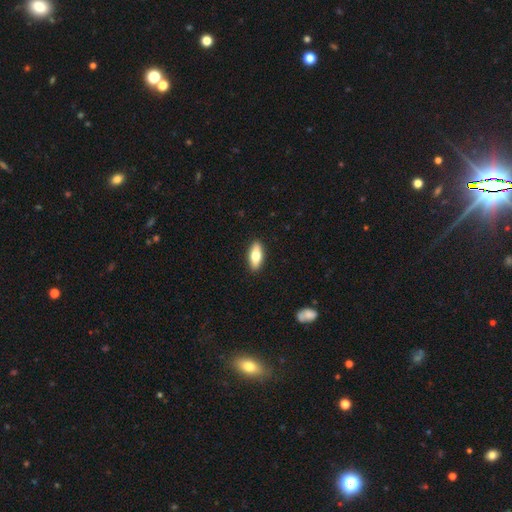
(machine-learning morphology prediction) Overall: smooth (66%; featured or disk 28%). How rounded: in between (74%). Merging: none (91%).